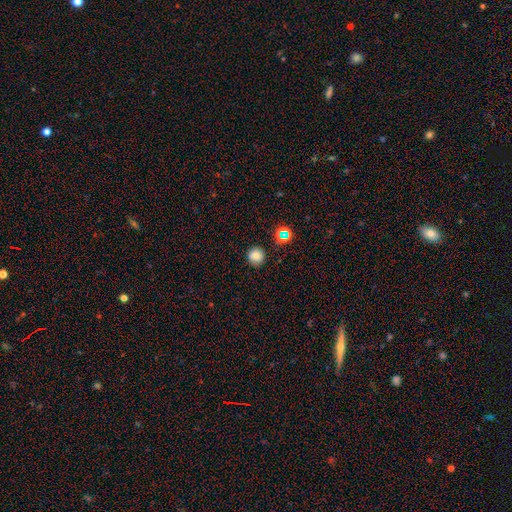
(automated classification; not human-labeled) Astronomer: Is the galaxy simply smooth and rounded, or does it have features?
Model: smooth — 78%.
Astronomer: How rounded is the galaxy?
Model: round — 93%.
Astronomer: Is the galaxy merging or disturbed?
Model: none — 87%.